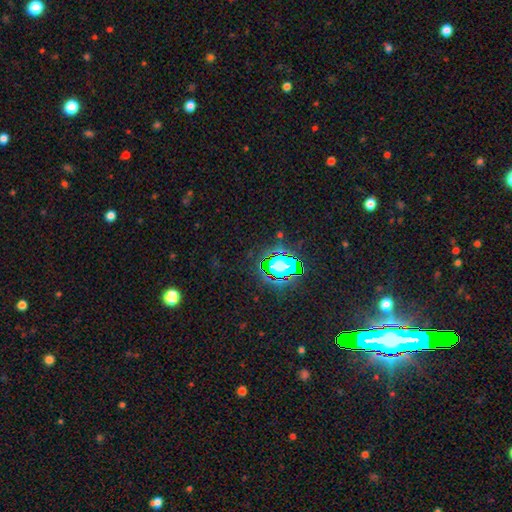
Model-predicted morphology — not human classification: A star or artifact, not a galaxy (82%).